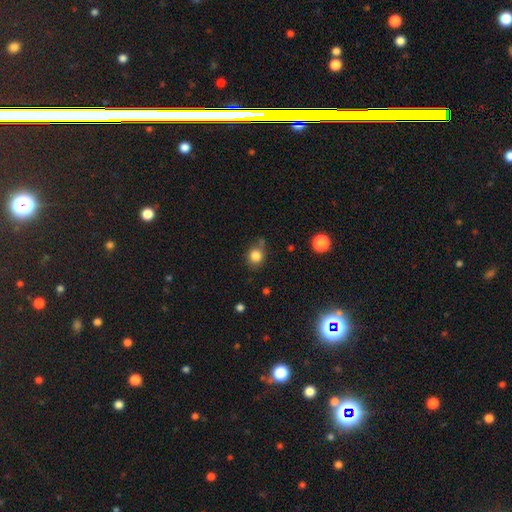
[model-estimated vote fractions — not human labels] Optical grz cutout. It shows a smooth galaxy with no disk features (83%) that is round (73%). Merging: none (65%).